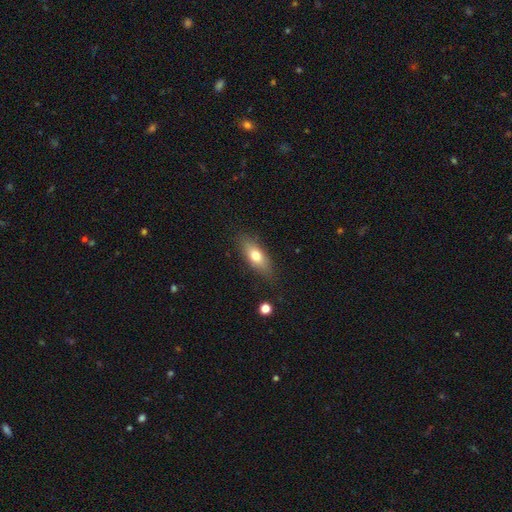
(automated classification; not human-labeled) smooth 71%, featured or disk 22%, star or artifact 7%. Down the decision tree: how rounded — in between (70%); merging — none (80%).